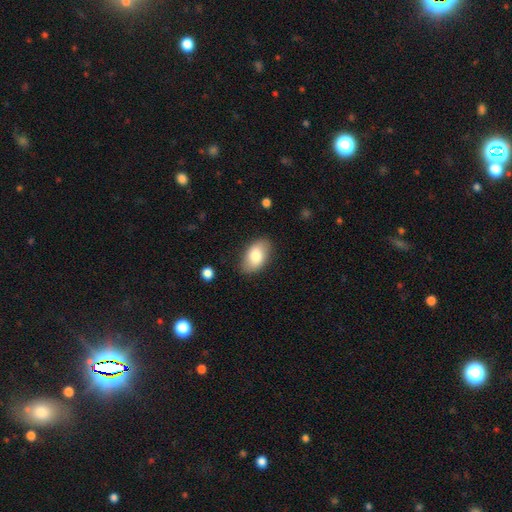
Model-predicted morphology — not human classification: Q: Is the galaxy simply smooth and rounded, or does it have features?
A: smooth — 78%.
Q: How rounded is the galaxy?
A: in between — 92%.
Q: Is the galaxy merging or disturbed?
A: none — 82%.